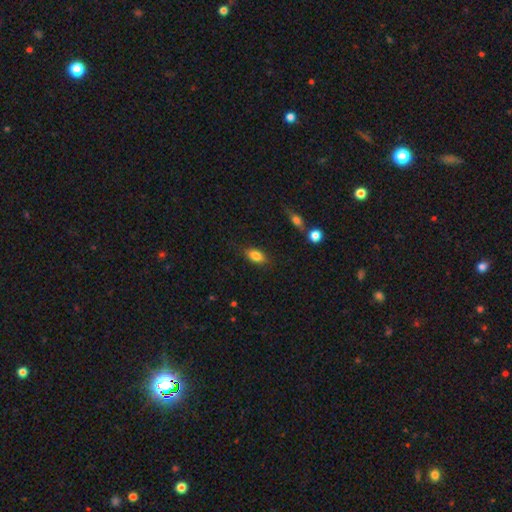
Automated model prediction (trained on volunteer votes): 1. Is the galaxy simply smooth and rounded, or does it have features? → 83% smooth, 8% star or artifact, 8% featured or disk.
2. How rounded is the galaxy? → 86% in between, 10% round, 4% cigar-shaped.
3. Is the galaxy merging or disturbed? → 82% none, 13% minor disturbance, 3% major disturbance, 2% merger.